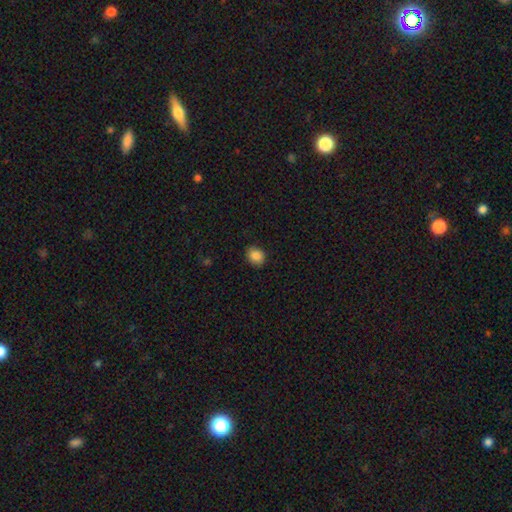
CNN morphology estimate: Q: Smooth or featured?
A: smooth (87%); runner-up: star or artifact (9%)
Q: How rounded?
A: round (64%); runner-up: in between (35%)
Q: Merging?
A: none (87%); runner-up: minor disturbance (9%)